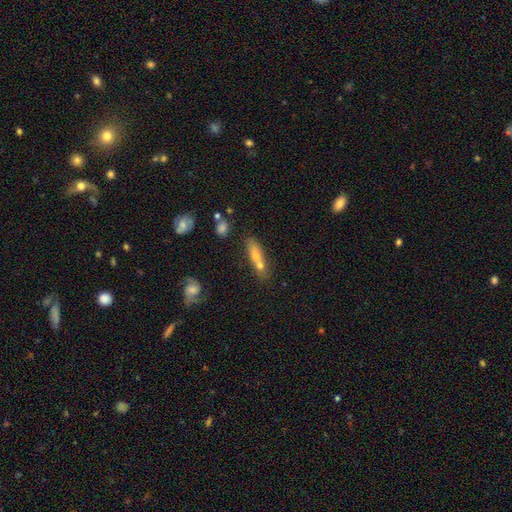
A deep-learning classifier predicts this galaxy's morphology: Q: Smooth or featured?
A: smooth (58%); runner-up: featured or disk (28%)
Q: How rounded?
A: cigar-shaped (53%); runner-up: in between (38%)
Q: Merging?
A: none (44%); runner-up: merger (37%)